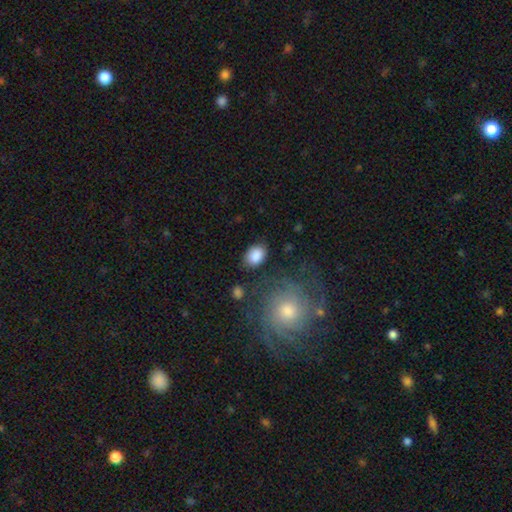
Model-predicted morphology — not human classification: Smooth or featured? smooth (87%)
How rounded? in between (72%)
Merging? none (78%)